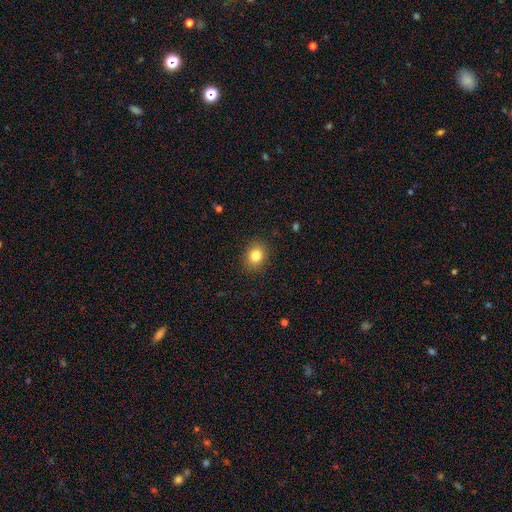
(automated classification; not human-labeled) smooth 82%, star or artifact 11%, featured or disk 7%. Down the decision tree: how rounded — round (63%); merging — none (89%).